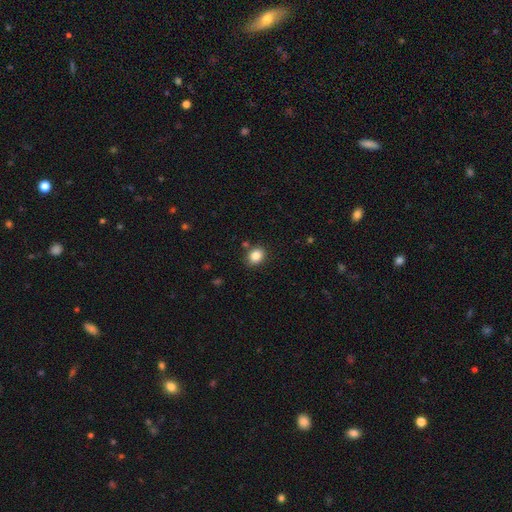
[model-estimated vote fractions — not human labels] Smooth or featured? smooth (86%)
How rounded? in between (52%)
Merging? none (83%)